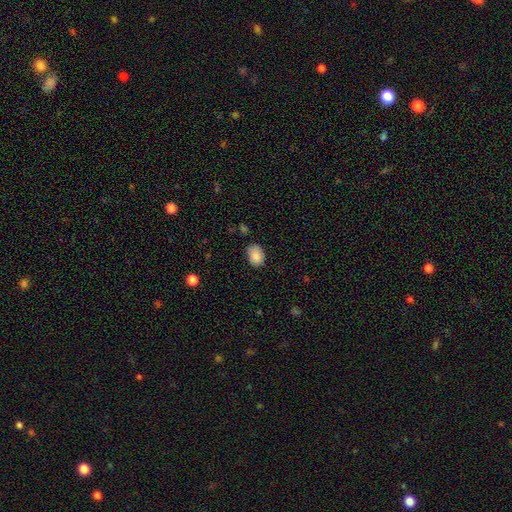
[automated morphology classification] This appears to be a smooth galaxy with no disk features (87%) that is in between round and cigar-shaped (75%). Merging: none (71%).